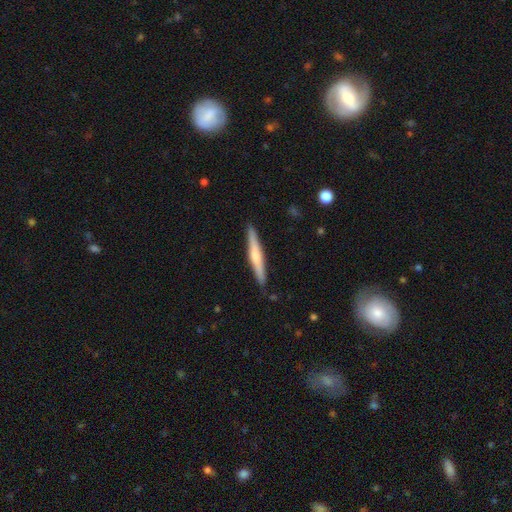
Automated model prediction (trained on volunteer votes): This is possibly a featured or disk galaxy (51%). It is clearly viewed edge-on (97%). Merging: clearly none (90%).